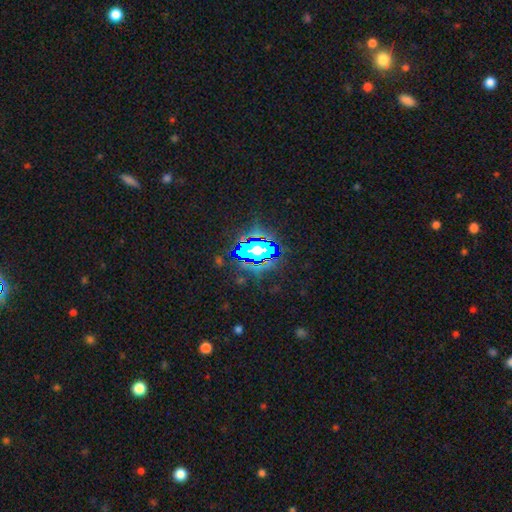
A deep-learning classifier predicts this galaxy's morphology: This appears to be a star or artifact, not a galaxy (81%).